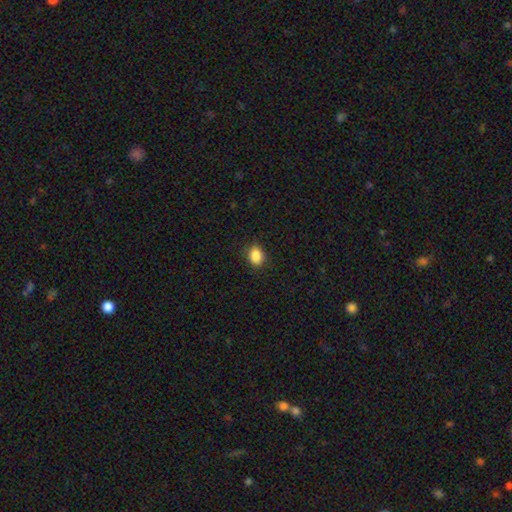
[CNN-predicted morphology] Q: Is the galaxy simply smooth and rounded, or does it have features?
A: smooth — 88%.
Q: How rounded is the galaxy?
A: in between — 66%.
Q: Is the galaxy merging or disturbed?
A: none — 87%.